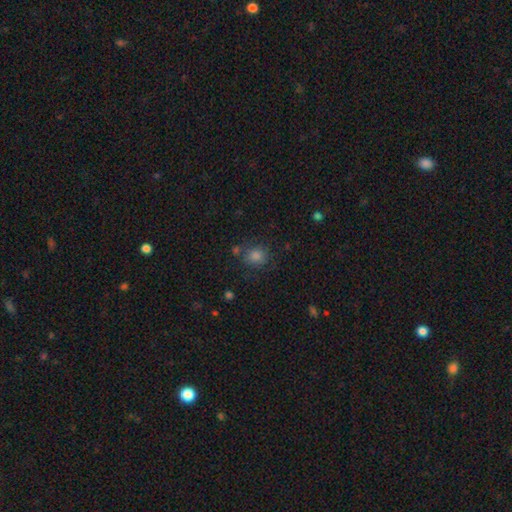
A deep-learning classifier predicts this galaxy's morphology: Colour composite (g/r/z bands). It shows a smooth galaxy with no disk features (77%) that is round (79%). Merging: none (76%).